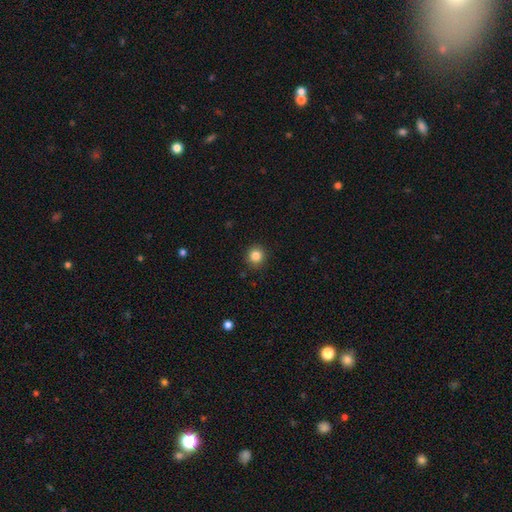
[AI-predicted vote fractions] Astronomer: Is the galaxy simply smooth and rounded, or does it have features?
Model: smooth — 85%.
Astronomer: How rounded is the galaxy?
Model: round — 93%.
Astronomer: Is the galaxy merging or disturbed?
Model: none — 90%.